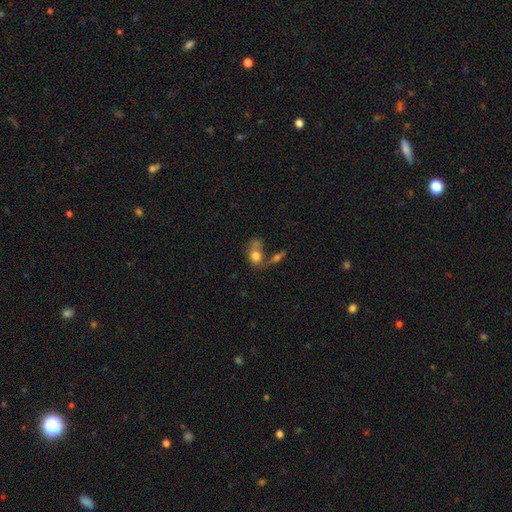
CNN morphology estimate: smooth_or_featured: smooth (p=0.76) [alt: featured or disk p=0.15]
how_rounded: in between (p=0.65) [alt: round p=0.32]
merging: merger (p=0.42) [alt: none p=0.34]